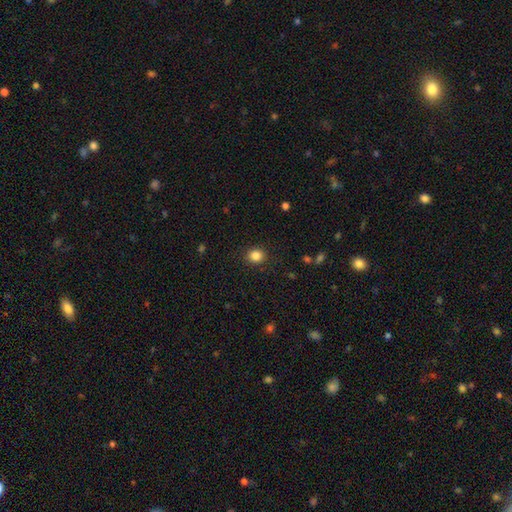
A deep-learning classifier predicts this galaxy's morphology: Smooth or featured? Predicted: smooth (p=0.85). How rounded? Predicted: round (p=0.73). Merging? Predicted: none (p=0.89).